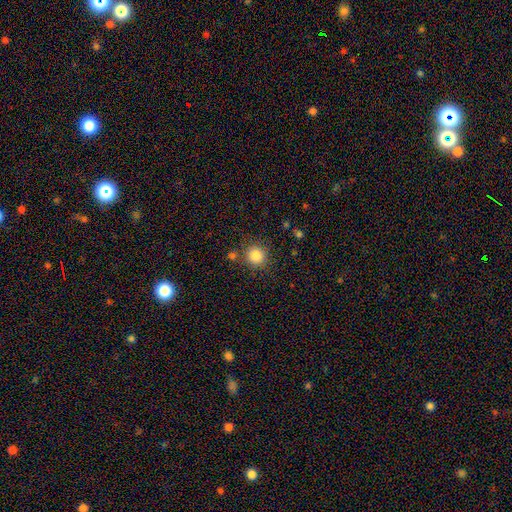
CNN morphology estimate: smooth-or-featured: smooth: 85% | star or artifact: 10% | featured or disk: 5%
  how-rounded: round: 91% | in between: 8% | cigar-shaped: 1%
  merging: none: 81% | minor disturbance: 9% | merger: 6% | major disturbance: 3%